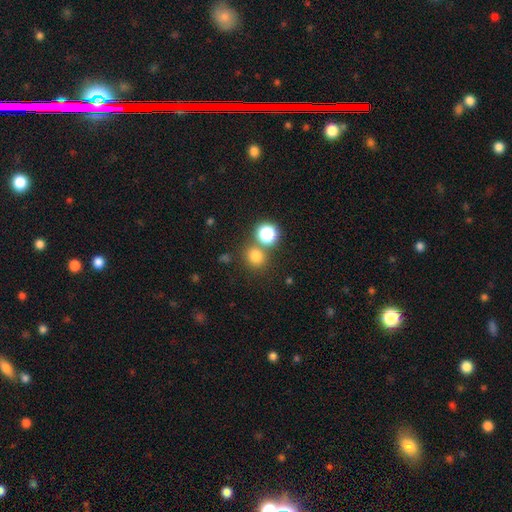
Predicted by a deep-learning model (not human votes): This appears to be a smooth galaxy with no disk features (75%) that is round (84%). Merging: none (73%).